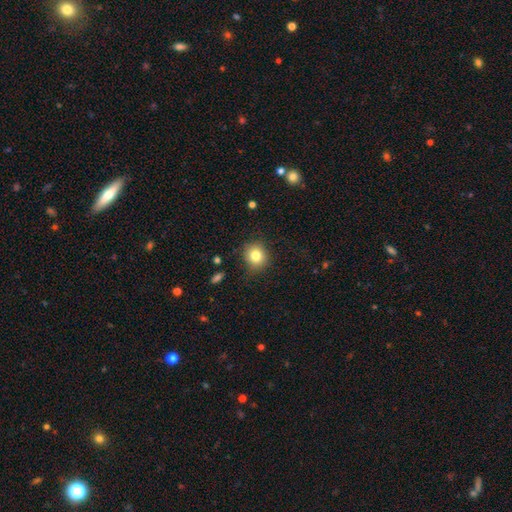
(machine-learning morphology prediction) A smooth galaxy with no disk features (81%) that is round (85%).

Vote fractions:
- Smooth or featured? smooth: 81% / star or artifact: 11% / featured or disk: 8%
- How rounded? round: 85% / in between: 14% / cigar-shaped: 1%
- Merging? none: 84% / minor disturbance: 11% / major disturbance: 3% / merger: 1%